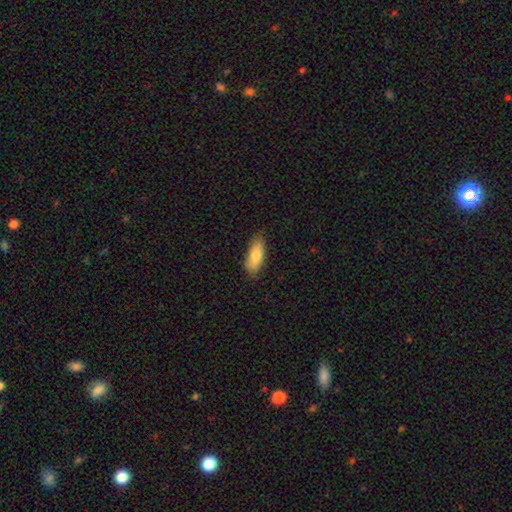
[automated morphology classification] Smooth or featured: smooth — 79% (featured or disk — 15%)
How rounded: in between — 75% (cigar-shaped — 23%)
Merging: none — 79% (minor disturbance — 17%)